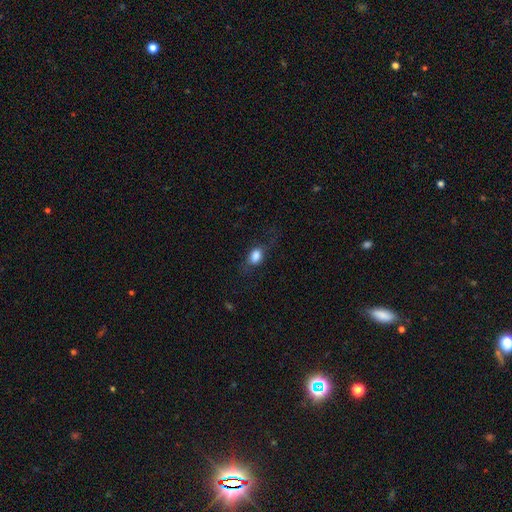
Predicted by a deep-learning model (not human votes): smooth-or-featured: smooth: 76% | featured or disk: 15% | star or artifact: 9%
  how-rounded: in between: 72% | round: 23% | cigar-shaped: 4%
  merging: none: 61% | minor disturbance: 21% | major disturbance: 16% | merger: 2%